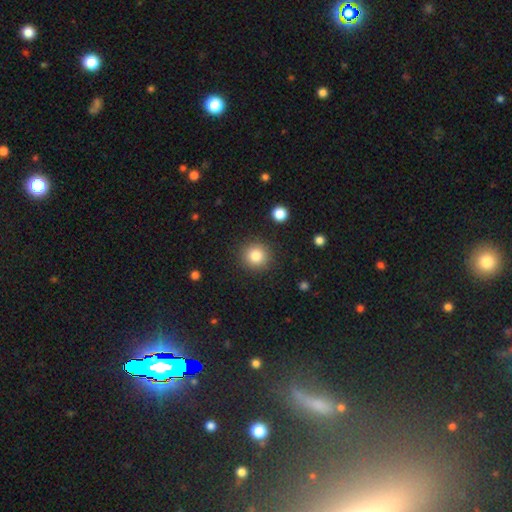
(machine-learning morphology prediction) Smooth or featured: smooth — 82% (star or artifact — 11%)
How rounded: round — 94% (in between — 6%)
Merging: none — 90% (minor disturbance — 6%)